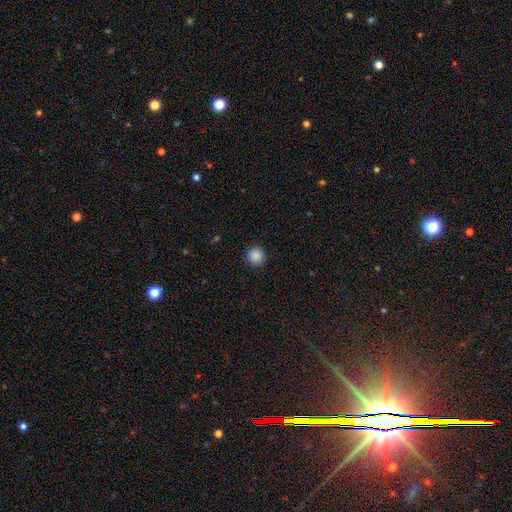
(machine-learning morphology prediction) A smooth galaxy with no disk features (87%) that is round (95%). Merging: none (91%).